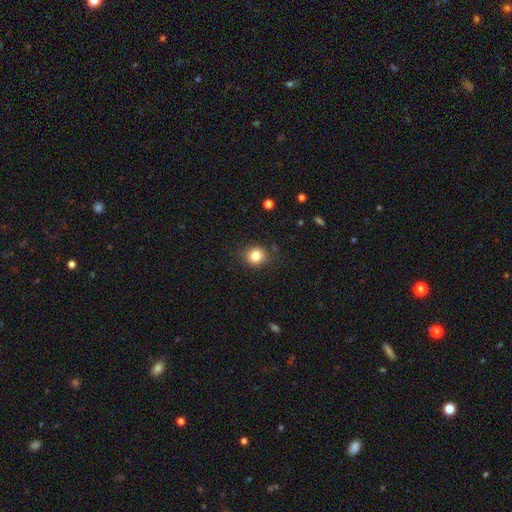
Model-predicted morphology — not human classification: smooth_or_featured: smooth (p=0.82) [alt: star or artifact p=0.11]
how_rounded: round (p=0.81) [alt: in between p=0.18]
merging: none (p=0.84) [alt: minor disturbance p=0.11]